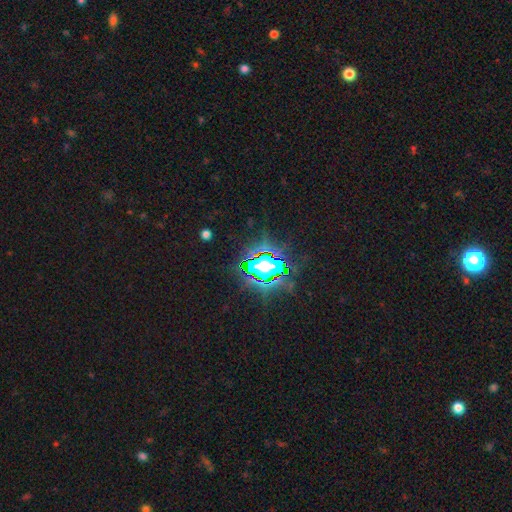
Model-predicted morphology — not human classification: star or artifact 82%, smooth 10%, featured or disk 7%.